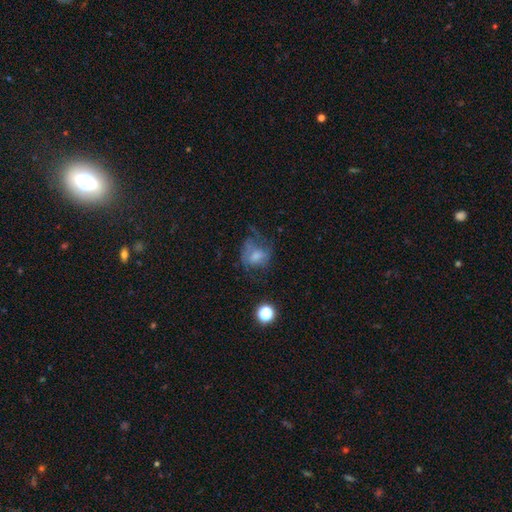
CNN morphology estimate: smooth-or-featured: smooth: 49% | featured or disk: 37% | star or artifact: 14%
  merging: major disturbance: 40% | none: 33% | minor disturbance: 23% | merger: 4%